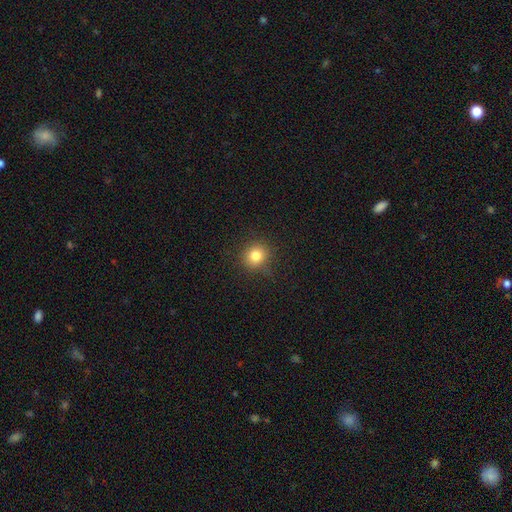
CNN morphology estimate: A smooth galaxy with no disk features (80%) that is round (88%). Merging: none (85%).